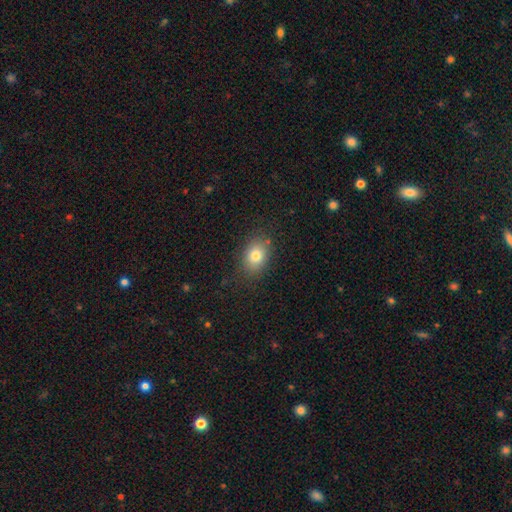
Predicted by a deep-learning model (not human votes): Morphology: type=smooth (79%); roundness=in between (68%); merging=none (83%).